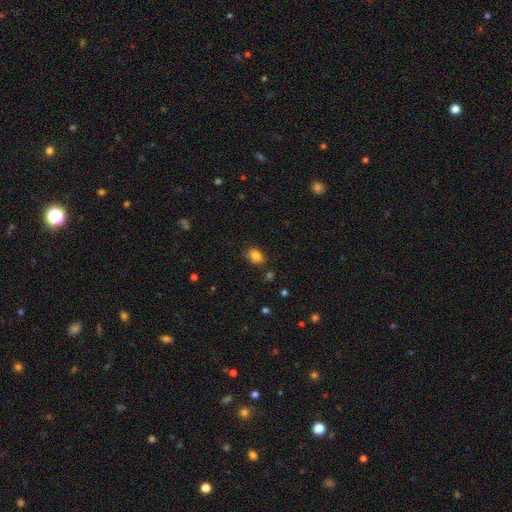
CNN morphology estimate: Smooth or featured? Predicted: smooth (p=0.83). How rounded? Predicted: in between (p=0.57). Merging? Predicted: none (p=0.78).